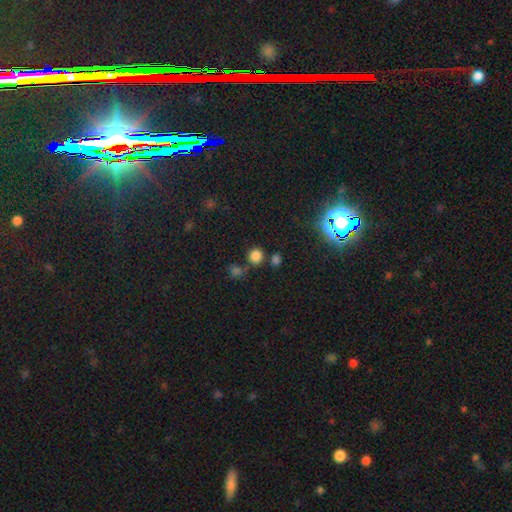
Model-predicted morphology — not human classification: A smooth galaxy with no disk features (78%) that is round (87%).

Vote fractions:
- Smooth or featured? smooth: 78% / star or artifact: 18% / featured or disk: 4%
- How rounded? round: 87% / in between: 12% / cigar-shaped: 1%
- Merging? none: 75% / merger: 13% / minor disturbance: 9% / major disturbance: 4%